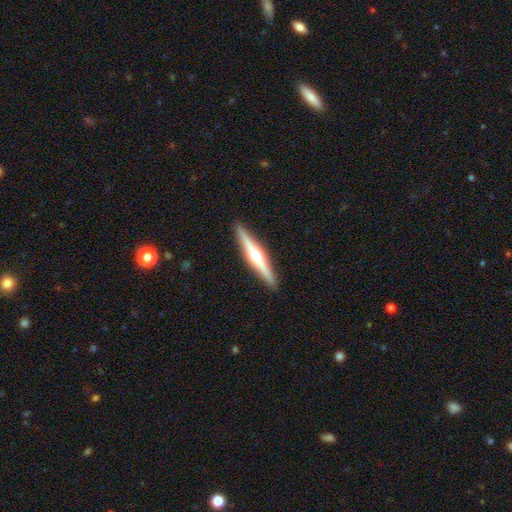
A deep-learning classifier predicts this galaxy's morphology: The model was most divided on "smooth or featured": featured or disk: 72%, smooth: 24%, star or artifact: 5%. More confident: edge-on disk — yes (98%); edge-on bulge — rounded (92%); merging — none (92%).